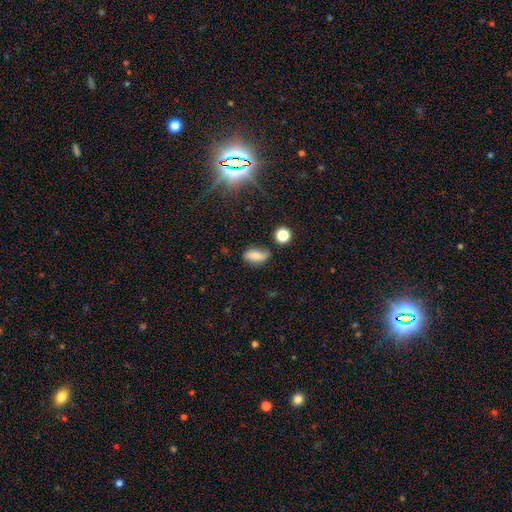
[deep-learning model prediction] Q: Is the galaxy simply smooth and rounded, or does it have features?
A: smooth — 70%.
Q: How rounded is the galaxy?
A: in between — 84%.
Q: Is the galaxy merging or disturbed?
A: none — 58%.